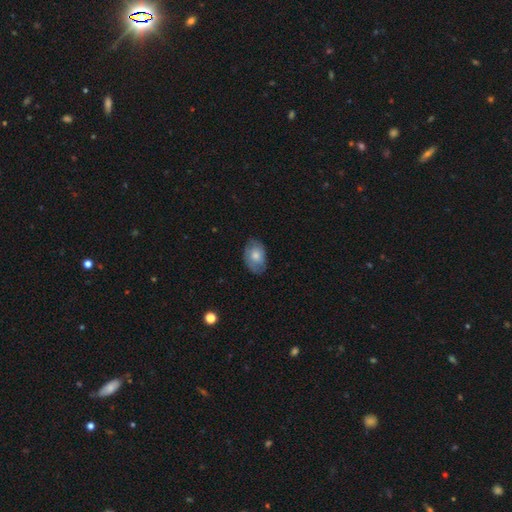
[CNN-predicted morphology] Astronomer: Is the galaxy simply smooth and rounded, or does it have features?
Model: smooth — 67%.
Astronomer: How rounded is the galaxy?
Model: in between — 85%.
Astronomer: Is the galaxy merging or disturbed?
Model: none — 74%.